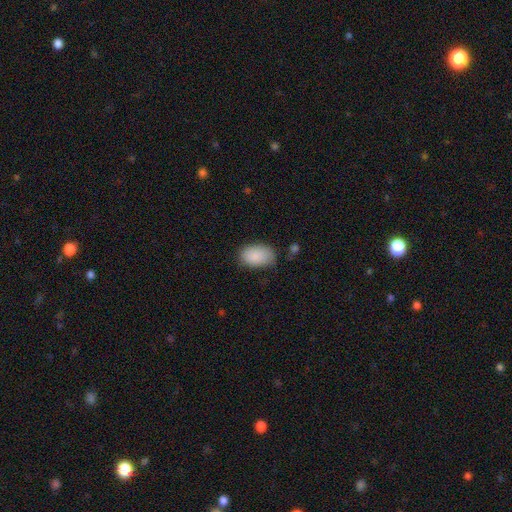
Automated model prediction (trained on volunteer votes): Smooth or featured: smooth — 88% (star or artifact — 7%)
How rounded: in between — 91% (round — 8%)
Merging: none — 69% (minor disturbance — 23%)